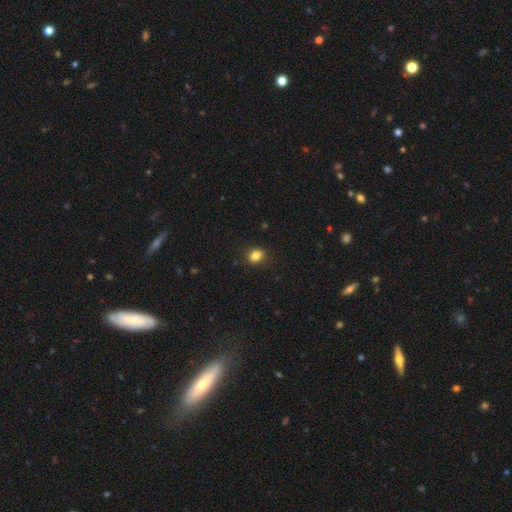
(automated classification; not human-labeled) Morphology: type=smooth (84%); roundness=in between (54%); merging=none (86%).